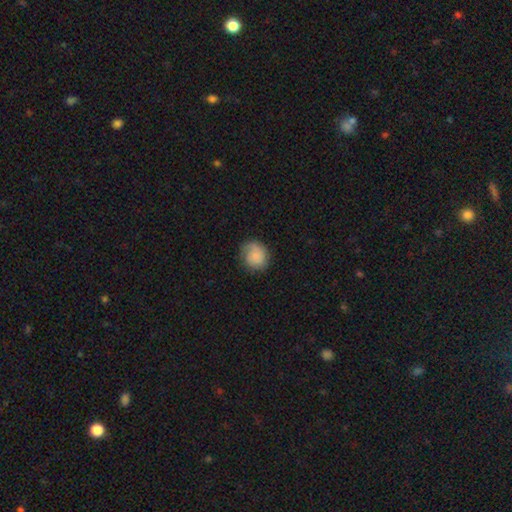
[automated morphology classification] Q: Smooth or featured?
A: smooth (71%); runner-up: featured or disk (21%)
Q: How rounded?
A: round (77%); runner-up: in between (22%)
Q: Merging?
A: none (69%); runner-up: minor disturbance (21%)